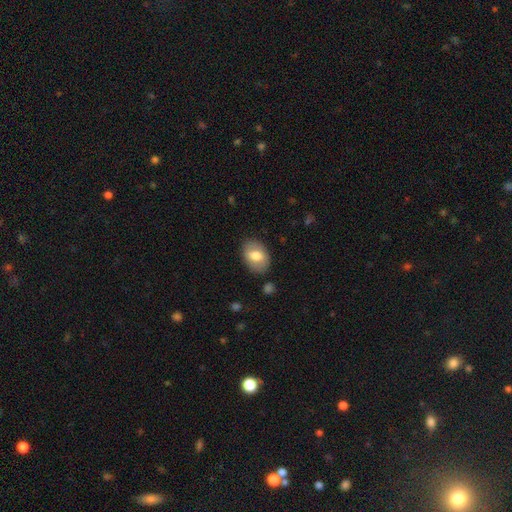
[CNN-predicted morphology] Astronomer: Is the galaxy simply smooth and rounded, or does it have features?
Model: smooth — 71%.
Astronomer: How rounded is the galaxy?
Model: in between — 83%.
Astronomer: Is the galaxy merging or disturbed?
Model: none — 83%.